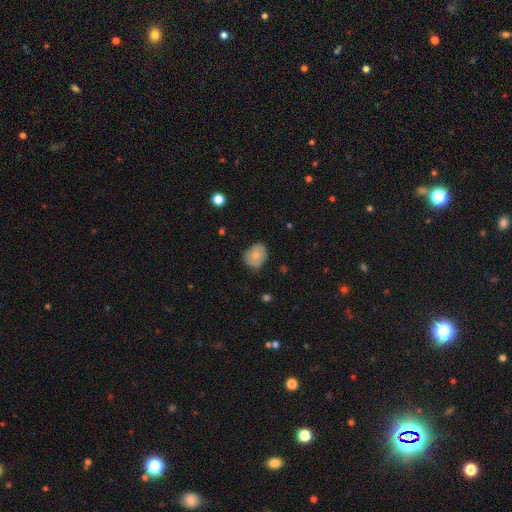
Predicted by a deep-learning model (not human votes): Smooth or featured? smooth (70%)
How rounded? round (58%)
Merging? none (69%)